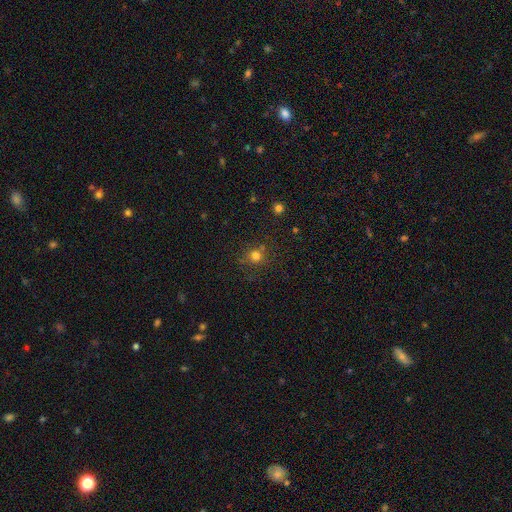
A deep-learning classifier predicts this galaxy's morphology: Q: Smooth or featured?
A: smooth (72%); runner-up: star or artifact (20%)
Q: How rounded?
A: round (89%); runner-up: in between (10%)
Q: Merging?
A: none (76%); runner-up: minor disturbance (13%)